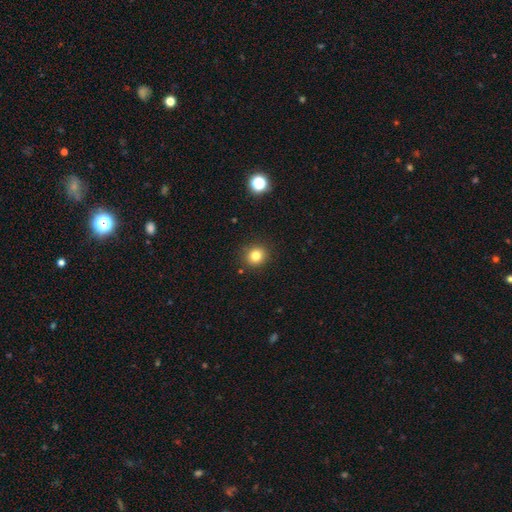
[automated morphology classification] Overall: smooth (81%). How rounded: round (86%). Merging: none (89%).